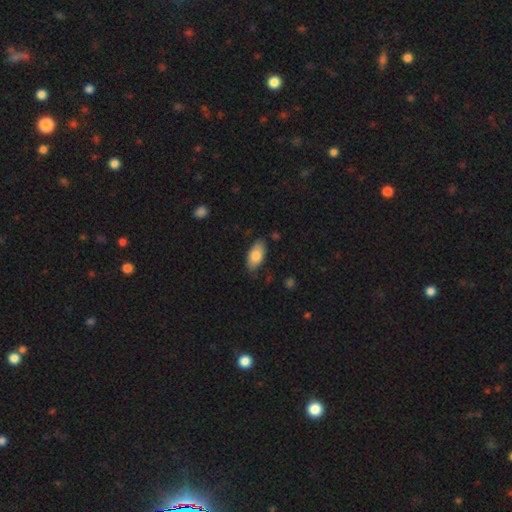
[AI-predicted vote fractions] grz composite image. It shows a smooth galaxy with no disk features (82%) that is in between round and cigar-shaped (92%). Merging: none (78%).